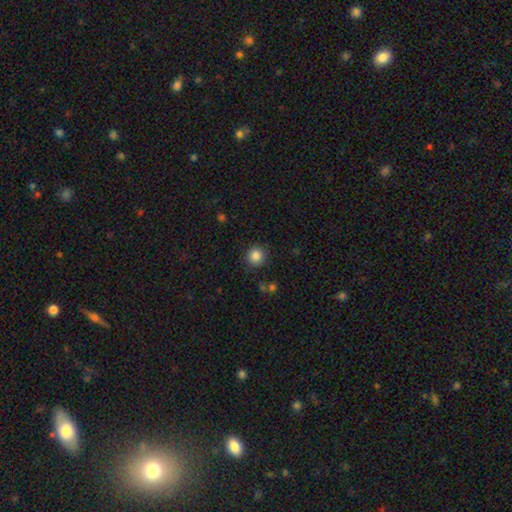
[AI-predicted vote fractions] This is clearly a smooth galaxy (85%). How rounded: clearly round (93%). Merging: clearly none (89%).